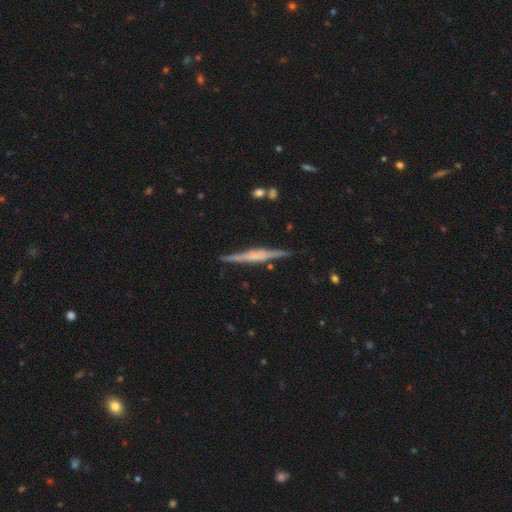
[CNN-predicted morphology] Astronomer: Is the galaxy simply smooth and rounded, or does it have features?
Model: featured or disk — 73%.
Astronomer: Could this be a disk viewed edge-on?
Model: yes — 98%.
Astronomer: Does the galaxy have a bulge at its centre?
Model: rounded — 38% (runner-up: boxy, 36%).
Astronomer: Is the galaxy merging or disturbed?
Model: none — 89%.